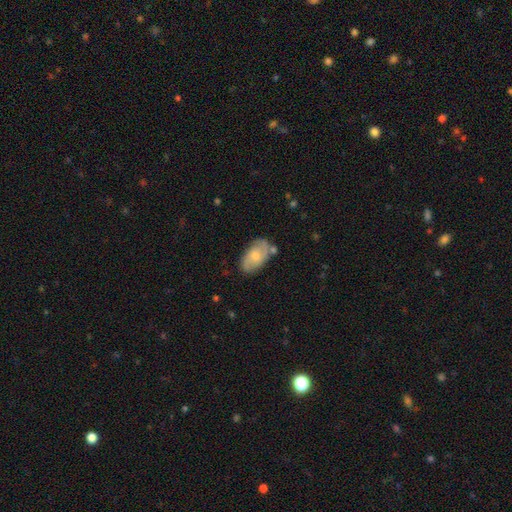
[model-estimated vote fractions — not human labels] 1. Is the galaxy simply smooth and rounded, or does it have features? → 50% smooth, 43% featured or disk, 6% star or artifact.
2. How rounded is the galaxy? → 93% in between, 5% round, 2% cigar-shaped.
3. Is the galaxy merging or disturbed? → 68% none, 20% minor disturbance, 6% merger, 5% major disturbance.